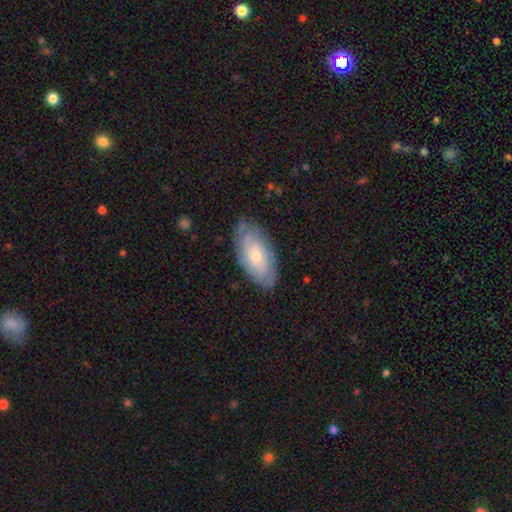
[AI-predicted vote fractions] This appears to be a featured or disk galaxy (55%). Merging: none (78%).